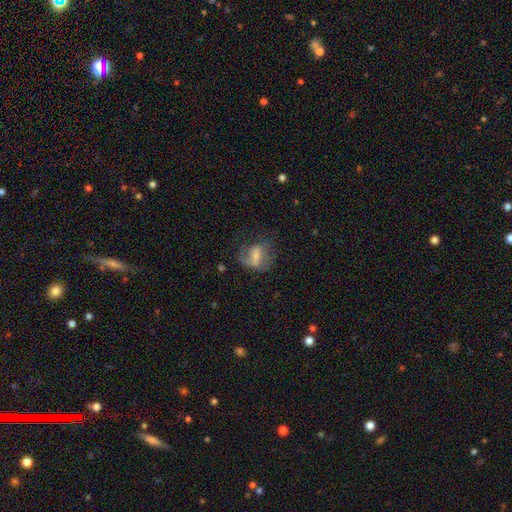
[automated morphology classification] Smooth or featured? featured or disk (46%)
Merging? none (43%)